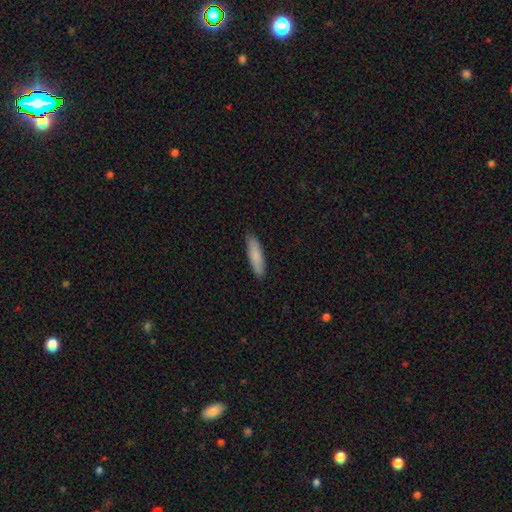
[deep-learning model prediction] The model was most divided on "how rounded": cigar-shaped: 71%, in between: 28%, round: 1%. More confident: merging — none (89%); smooth or featured — smooth (84%).